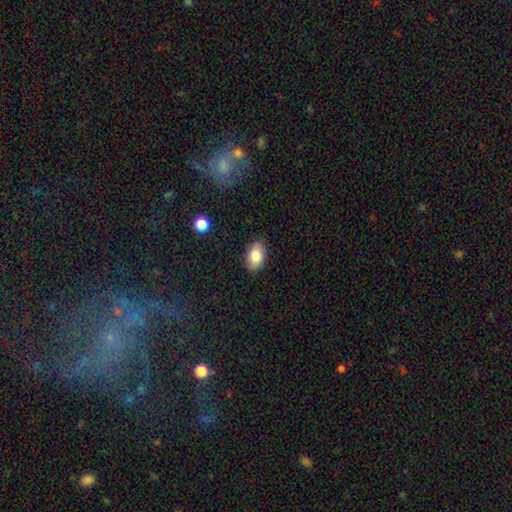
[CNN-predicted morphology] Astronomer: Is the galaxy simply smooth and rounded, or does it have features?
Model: smooth — 84%.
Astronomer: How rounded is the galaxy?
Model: in between — 91%.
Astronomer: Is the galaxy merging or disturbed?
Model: none — 88%.